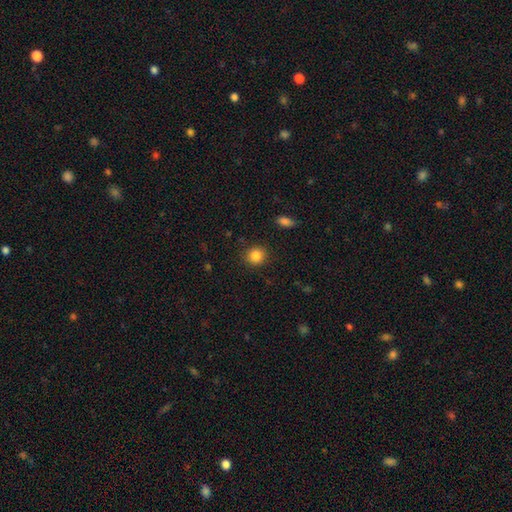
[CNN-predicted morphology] smooth-or-featured: smooth: 85% | star or artifact: 10% | featured or disk: 5%
  how-rounded: round: 88% | in between: 11% | cigar-shaped: 1%
  merging: none: 89% | minor disturbance: 7% | major disturbance: 2% | merger: 1%